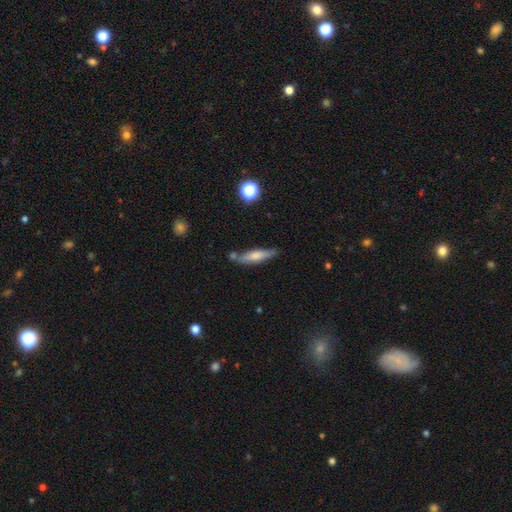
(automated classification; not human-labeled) Smooth or featured: smooth — 60% (featured or disk — 33%)
How rounded: cigar-shaped — 76% (in between — 22%)
Merging: none — 70% (minor disturbance — 16%)